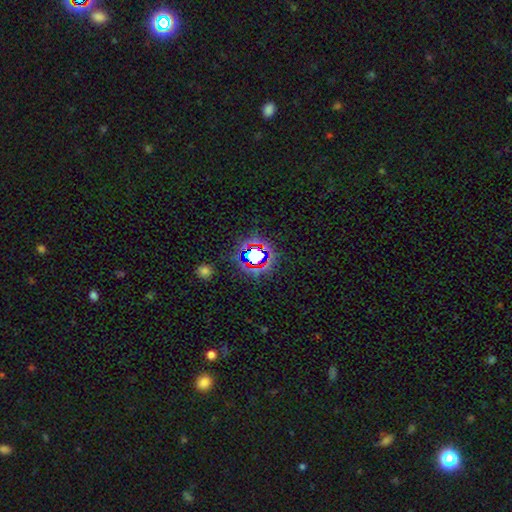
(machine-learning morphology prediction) smooth_or_featured: star or artifact (p=0.68) [alt: smooth p=0.21]